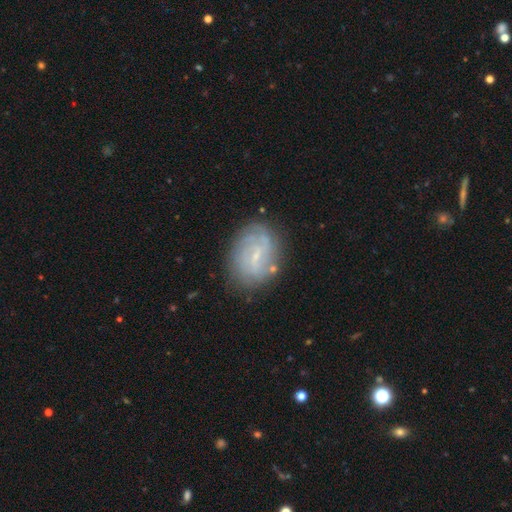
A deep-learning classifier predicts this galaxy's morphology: This is likely a featured or disk galaxy (68%). It is clearly not viewed edge-on (97%). Bar: possibly weak (58%). Spiral arm pattern: likely yes (80%). Spiral arm count: possibly can't tell (46%). Spiral winding: possibly tight (47%). Central bulge: likely small (73%). Merging: likely none (74%).